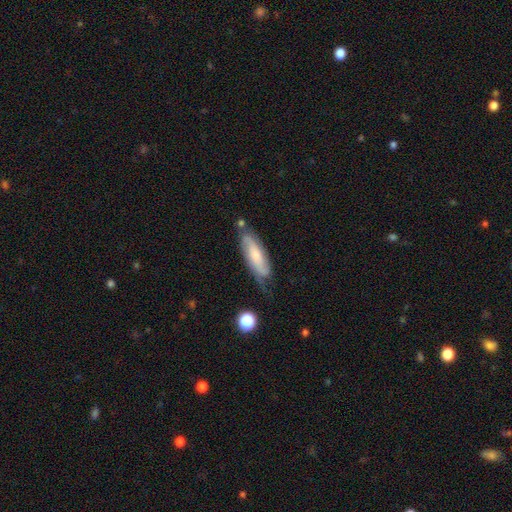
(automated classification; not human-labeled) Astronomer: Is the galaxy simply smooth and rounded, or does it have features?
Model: featured or disk — 54% (runner-up: smooth, 39%).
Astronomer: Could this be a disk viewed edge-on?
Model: no — 77%.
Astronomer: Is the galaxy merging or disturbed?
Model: none — 62%.